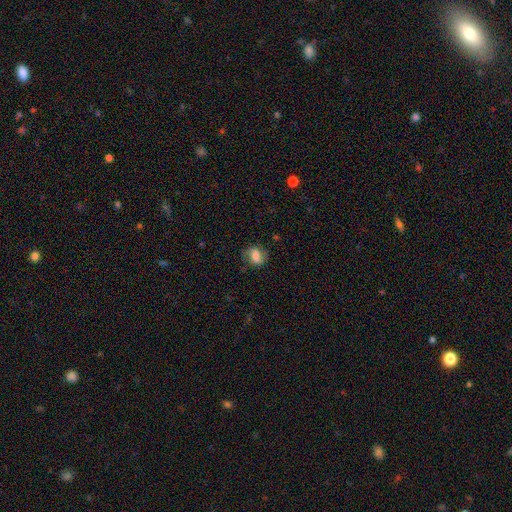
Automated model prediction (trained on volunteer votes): The model was most divided on "how rounded": in between: 59%, round: 39%, cigar-shaped: 2%. More confident: merging — none (68%); smooth or featured — smooth (65%).